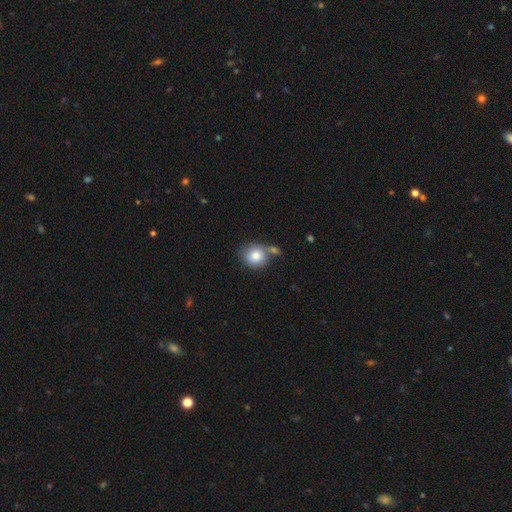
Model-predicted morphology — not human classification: type=smooth (81%); roundness=round (81%); merging=none (48%).